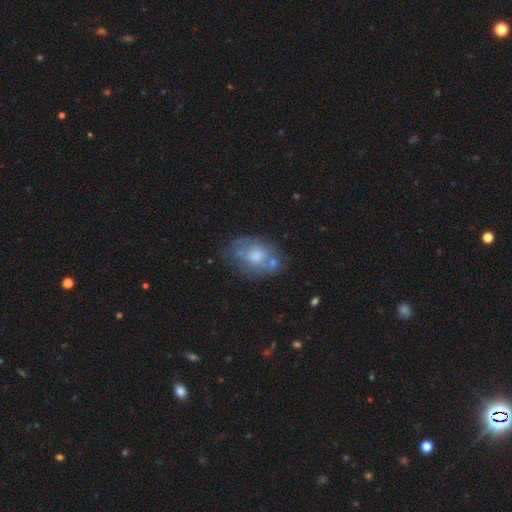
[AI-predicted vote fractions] Smooth or featured? smooth (48%)
Merging? none (51%)